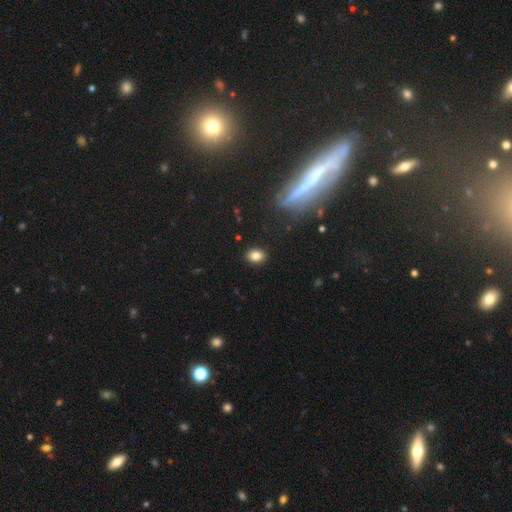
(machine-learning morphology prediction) Overall: smooth (82%). How rounded: in between (67%; round 32%). Merging: none (89%).